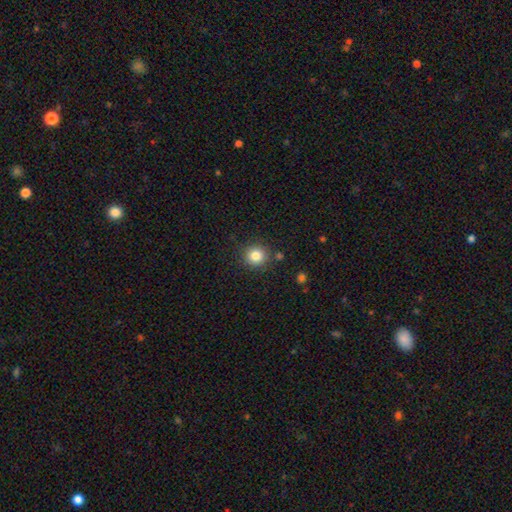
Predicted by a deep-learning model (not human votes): smooth-or-featured: smooth: 83% | star or artifact: 11% | featured or disk: 6%
  how-rounded: round: 92% | in between: 7% | cigar-shaped: 1%
  merging: none: 87% | minor disturbance: 7% | merger: 3% | major disturbance: 2%